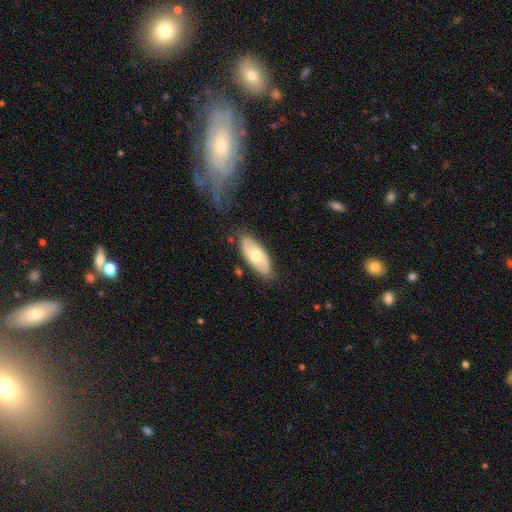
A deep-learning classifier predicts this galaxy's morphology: This appears to be a smooth galaxy with no disk features (57%) that is in between round and cigar-shaped (87%). Merging: none (79%).